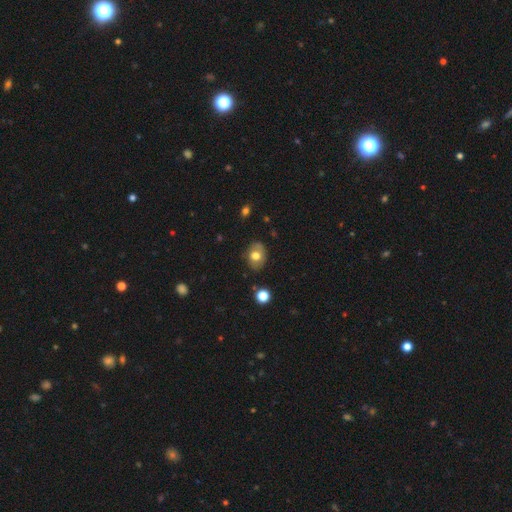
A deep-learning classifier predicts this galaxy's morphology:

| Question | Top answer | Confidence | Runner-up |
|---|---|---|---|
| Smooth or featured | smooth | 71% | featured or disk (19%) |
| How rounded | in between | 55% | round (44%) |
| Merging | none | 74% | minor disturbance (18%) |